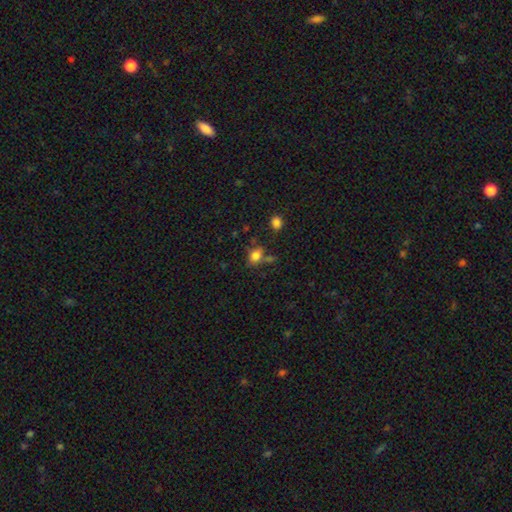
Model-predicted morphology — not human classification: type=smooth (79%); roundness=in between (63%); merging=none (60%).